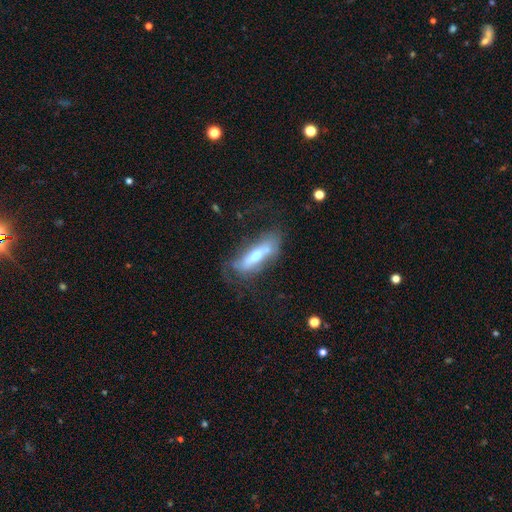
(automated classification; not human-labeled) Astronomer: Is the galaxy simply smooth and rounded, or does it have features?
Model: featured or disk — 53% (runner-up: smooth, 40%).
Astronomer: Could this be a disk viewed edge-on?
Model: no — 52% (runner-up: yes, 48%).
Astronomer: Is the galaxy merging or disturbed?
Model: none — 48% (runner-up: minor disturbance, 24%).